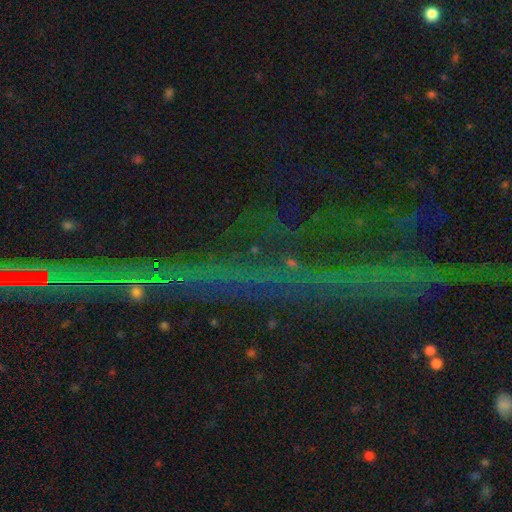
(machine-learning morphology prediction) smooth_or_featured: star or artifact (p=0.78) [alt: featured or disk p=0.13]